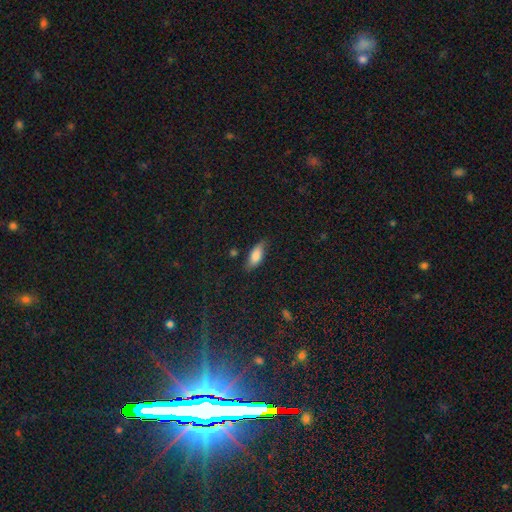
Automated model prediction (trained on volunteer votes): Morphology: type=smooth (80%); roundness=in between (79%); merging=none (69%).